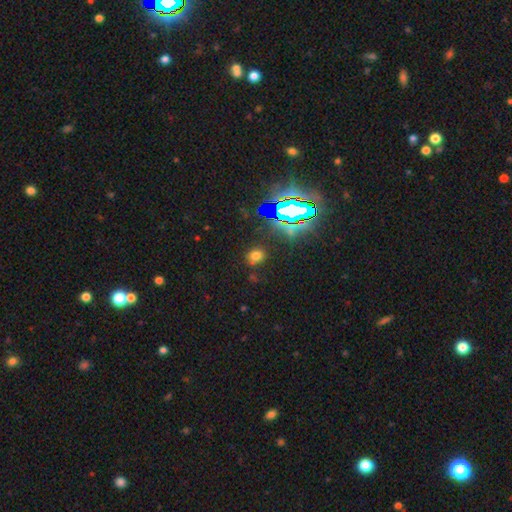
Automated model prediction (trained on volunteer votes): Smooth or featured: smooth — 61% (star or artifact — 31%)
How rounded: round — 70% (in between — 29%)
Merging: none — 82% (minor disturbance — 11%)